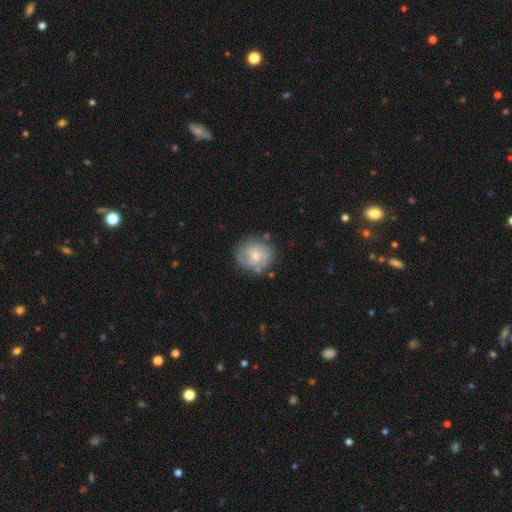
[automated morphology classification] Smooth or featured? featured or disk (65%)
Edge-on disk? no (98%)
Bar? no (74%)
Spiral arms? yes (87%)
Spiral winding? tight (56%)
Spiral arm count? 2 (45%)
Bulge size? small (54%)
Merging? none (74%)